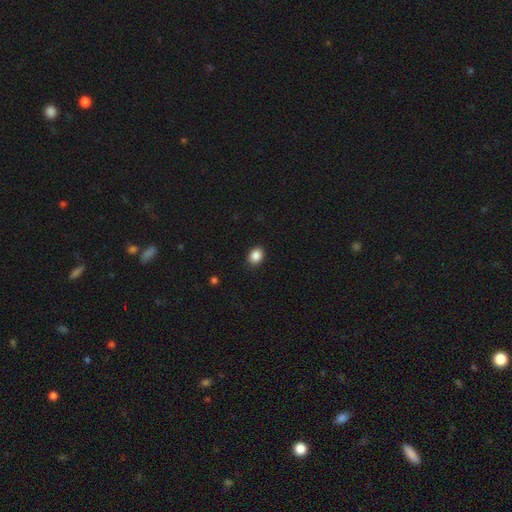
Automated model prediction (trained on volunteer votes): Q: Smooth or featured?
A: smooth (87%); runner-up: star or artifact (9%)
Q: How rounded?
A: in between (61%); runner-up: round (38%)
Q: Merging?
A: none (89%); runner-up: minor disturbance (8%)